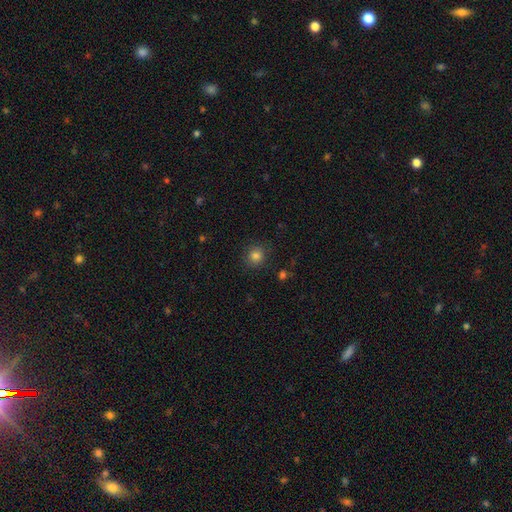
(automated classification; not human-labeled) Smooth or featured?
  - smooth: 82% *
  - star or artifact: 13%
  - featured or disk: 5%
How rounded?
  - round: 89% *
  - in between: 10%
  - cigar-shaped: 1%
Merging?
  - none: 87% *
  - minor disturbance: 9%
  - major disturbance: 3%
  - merger: 2%